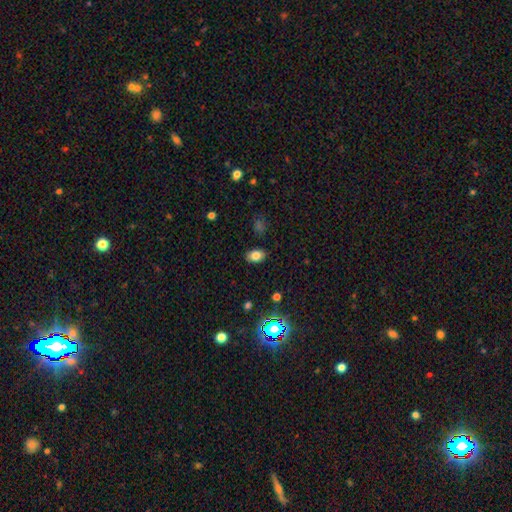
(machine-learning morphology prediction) smooth_or_featured: smooth (p=0.80) [alt: star or artifact p=0.12]
how_rounded: in between (p=0.81) [alt: round p=0.18]
merging: none (p=0.87) [alt: minor disturbance p=0.10]